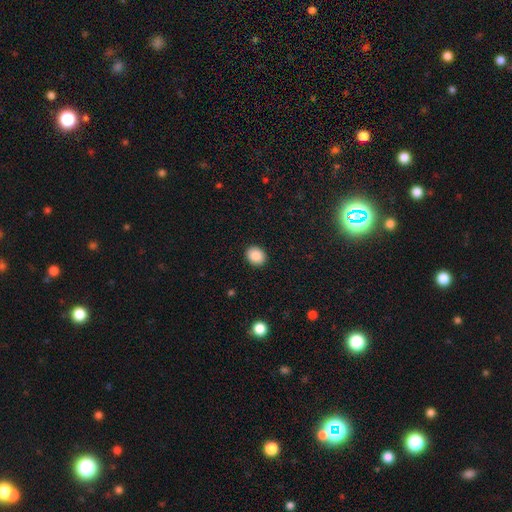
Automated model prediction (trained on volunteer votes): smooth 88%, star or artifact 8%, featured or disk 4%. Down the decision tree: how rounded — round (56%); merging — none (91%).